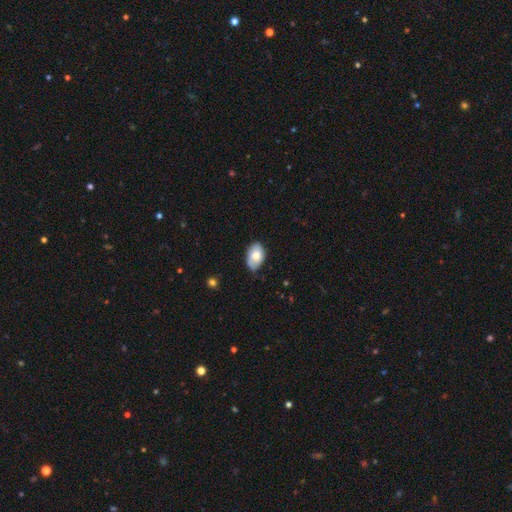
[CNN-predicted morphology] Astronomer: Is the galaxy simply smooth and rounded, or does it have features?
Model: smooth — 72%.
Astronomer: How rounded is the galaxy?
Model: in between — 91%.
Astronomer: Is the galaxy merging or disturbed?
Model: none — 72%.